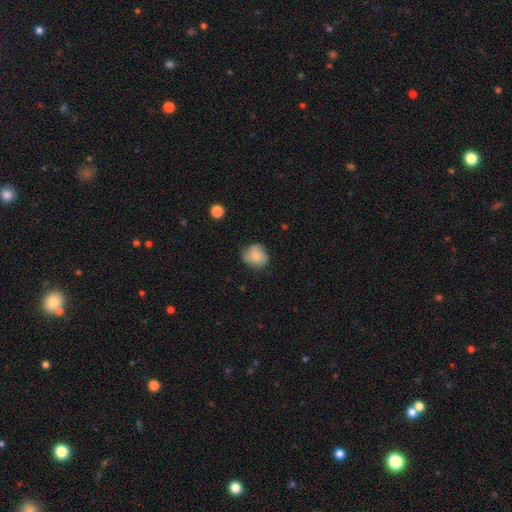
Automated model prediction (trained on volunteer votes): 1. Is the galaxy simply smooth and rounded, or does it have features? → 72% smooth, 20% featured or disk, 8% star or artifact.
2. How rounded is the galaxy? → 69% round, 30% in between, 1% cigar-shaped.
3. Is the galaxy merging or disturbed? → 66% none, 26% minor disturbance, 6% major disturbance, 1% merger.